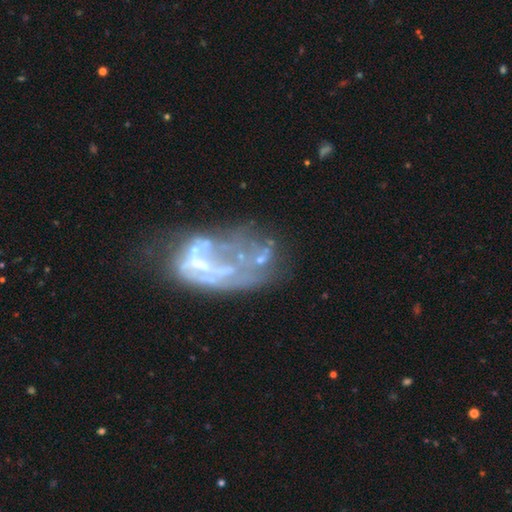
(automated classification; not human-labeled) This appears to be a featured or disk galaxy (70%) with no bar (73%), no spiral arms (78%) and no central bulge (54%). Merging: major disturbance (39%).